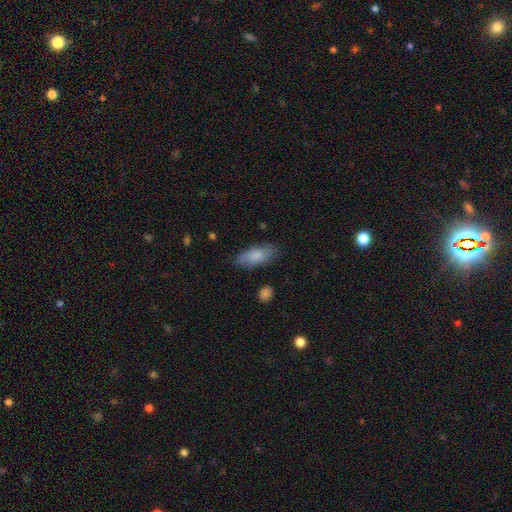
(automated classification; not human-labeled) smooth 79%, featured or disk 14%, star or artifact 6%. Down the decision tree: how rounded — in between (84%); merging — none (76%).